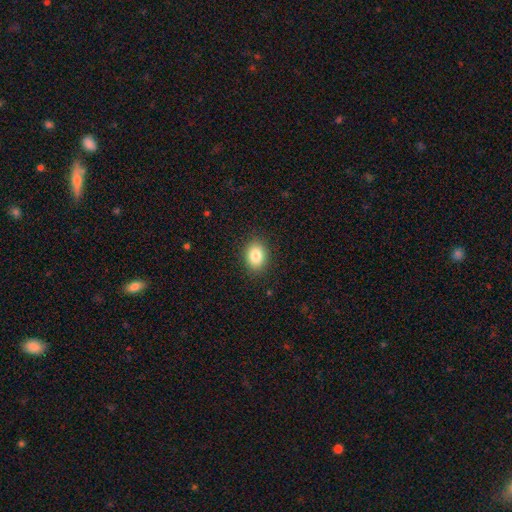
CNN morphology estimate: Smooth or featured?
  - smooth: 84% *
  - star or artifact: 9%
  - featured or disk: 7%
How rounded?
  - in between: 62% *
  - round: 37%
  - cigar-shaped: 1%
Merging?
  - none: 88% *
  - minor disturbance: 8%
  - major disturbance: 2%
  - merger: 1%